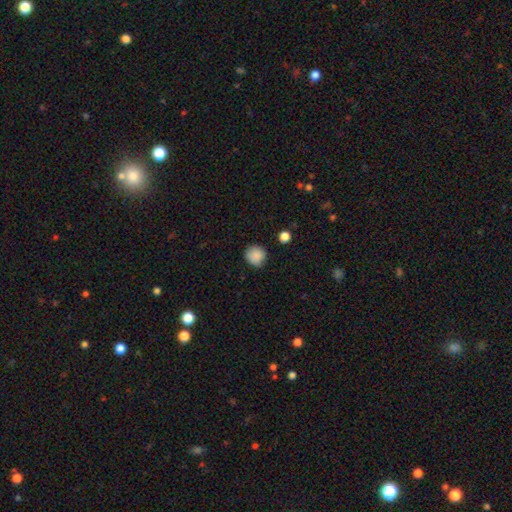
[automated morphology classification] A smooth galaxy with no disk features (88%) that is round (92%). Merging: none (86%).